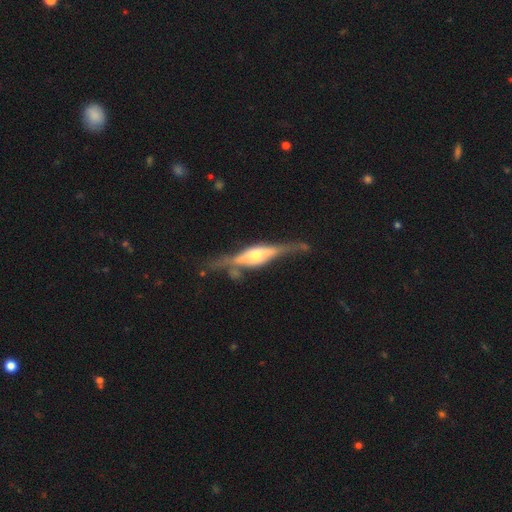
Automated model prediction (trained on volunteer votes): This is clearly a featured or disk galaxy (81%). It is clearly viewed edge-on (94%). Edge-on bulge: likely rounded (80%). Merging: likely none (69%).